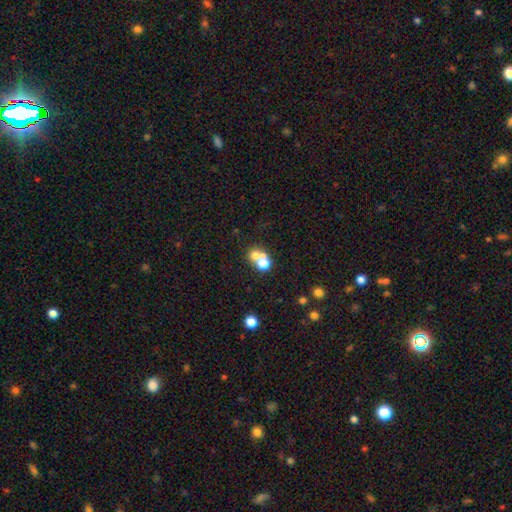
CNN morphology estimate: Smooth or featured? smooth (65%)
How rounded? round (79%)
Merging? merger (53%)